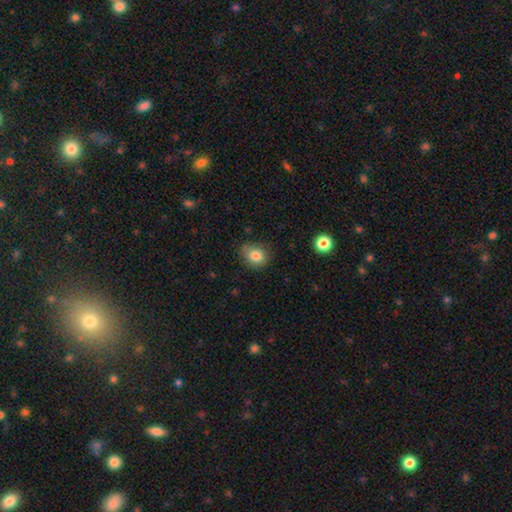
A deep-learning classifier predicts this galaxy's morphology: Smooth or featured: smooth — 81% (star or artifact — 11%)
How rounded: round — 68% (in between — 31%)
Merging: none — 72% (minor disturbance — 22%)